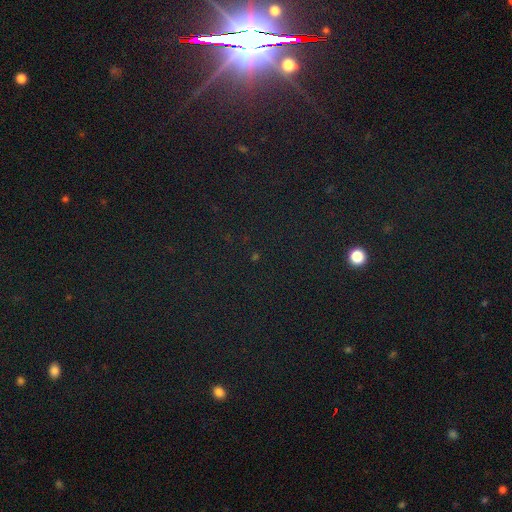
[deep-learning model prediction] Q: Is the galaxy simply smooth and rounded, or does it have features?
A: star or artifact — 81%.